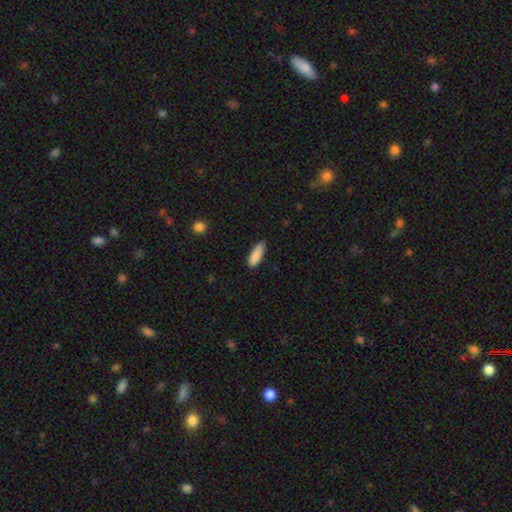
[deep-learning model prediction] A smooth galaxy with no disk features (88%) that is in between round and cigar-shaped (60%). Merging: none (82%).